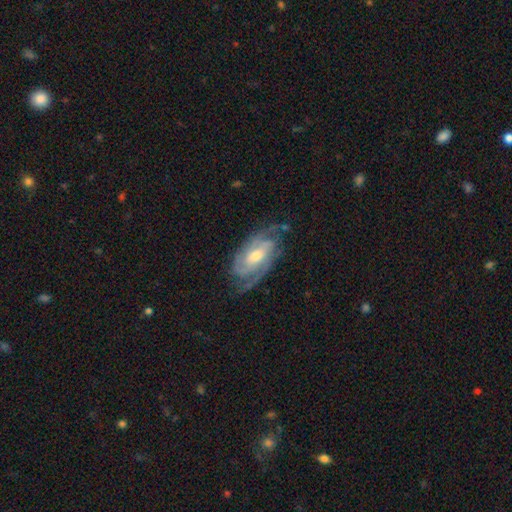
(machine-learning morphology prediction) This appears to be a featured or disk galaxy (88%) with no bar (47%), 2 (45%) tight (57%) spiral arms (97%) and a moderate central bulge (63%). Merging: none (73%).